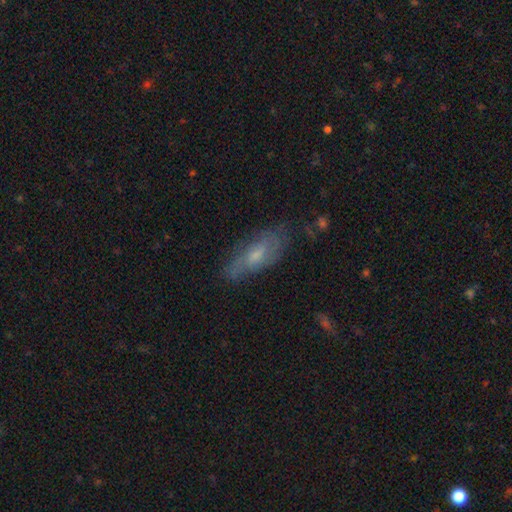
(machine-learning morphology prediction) This is possibly a featured or disk galaxy (48%). Merging: likely none (65%).